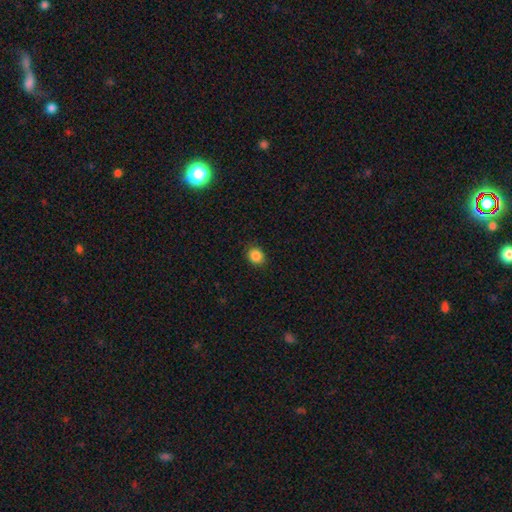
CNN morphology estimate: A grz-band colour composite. It shows a smooth galaxy with no disk features (87%) that is round (73%). Merging: none (89%).